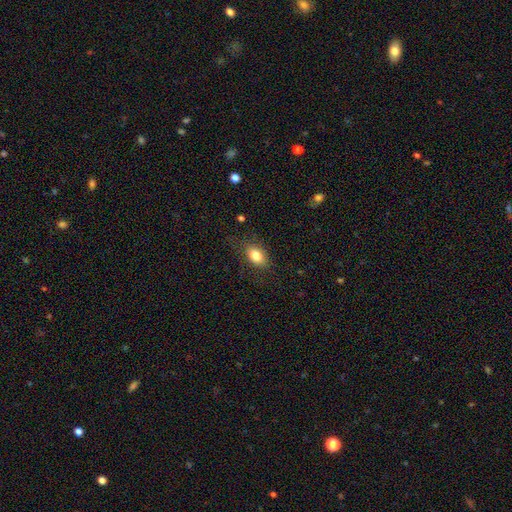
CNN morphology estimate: Smooth or featured?
  - smooth: 82% *
  - featured or disk: 9%
  - star or artifact: 9%
How rounded?
  - in between: 84% *
  - round: 14%
  - cigar-shaped: 2%
Merging?
  - none: 80% *
  - minor disturbance: 14%
  - major disturbance: 5%
  - merger: 1%